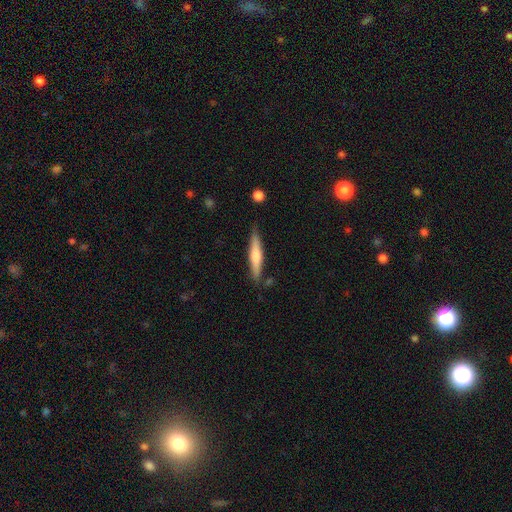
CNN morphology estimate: Smooth or featured?
  - smooth: 59% *
  - featured or disk: 36%
  - star or artifact: 5%
How rounded?
  - cigar-shaped: 88% *
  - in between: 11%
  - round: 1%
Merging?
  - none: 83% *
  - minor disturbance: 12%
  - merger: 3%
  - major disturbance: 2%